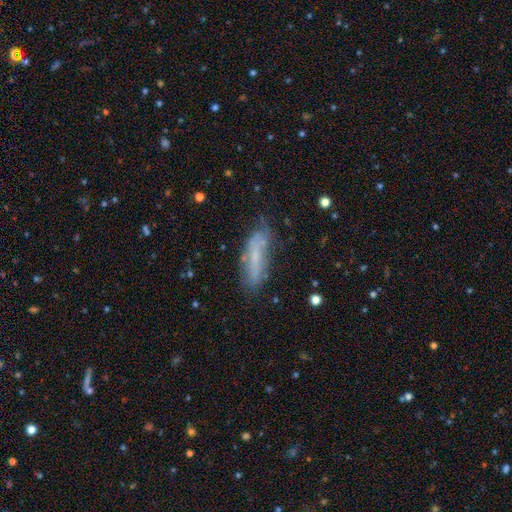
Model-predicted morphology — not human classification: Smooth or featured: smooth — 48% (featured or disk — 43%)
Merging: none — 63% (minor disturbance — 26%)